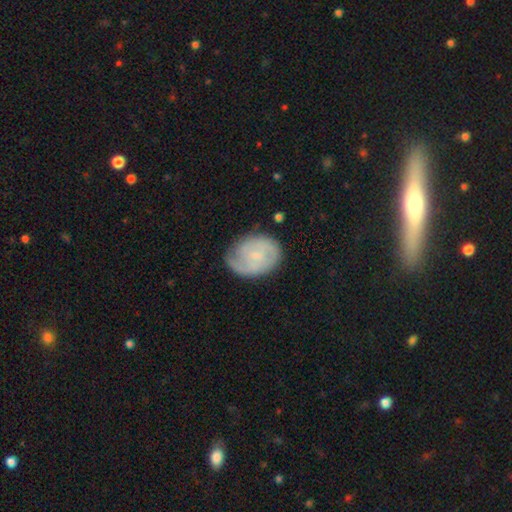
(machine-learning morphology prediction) featured or disk 64%, smooth 29%, star or artifact 7%. Down the decision tree: edge-on disk — no (98%); bar — no (59%); spiral arms — yes (89%); spiral arm count — 2 (49%); spiral winding — tight (52%); bulge size — small (67%); merging — none (68%).